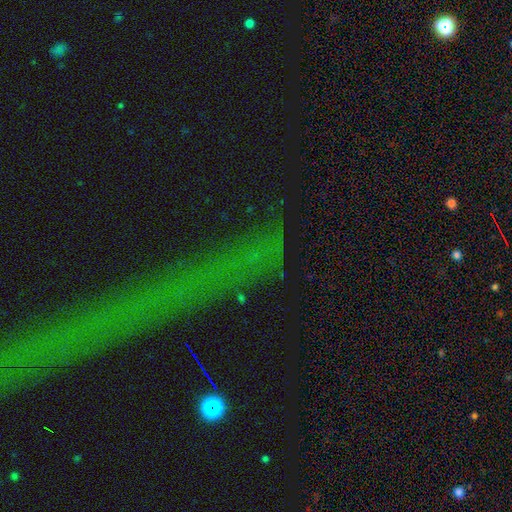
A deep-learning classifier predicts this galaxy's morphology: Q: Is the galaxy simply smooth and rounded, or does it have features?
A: star or artifact — 73%.